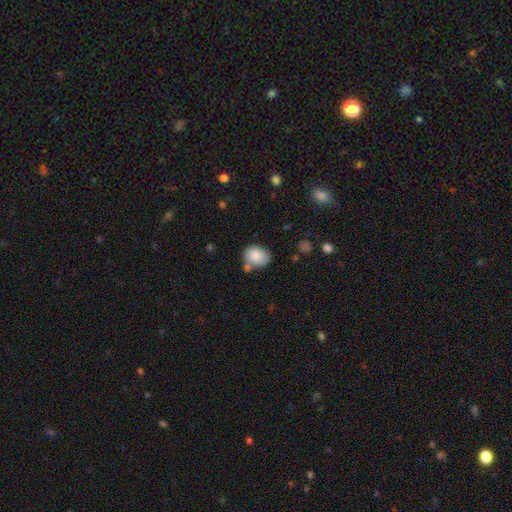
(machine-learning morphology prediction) Smooth or featured: smooth — 84% (featured or disk — 8%)
How rounded: round — 51% (in between — 48%)
Merging: none — 57% (minor disturbance — 21%)